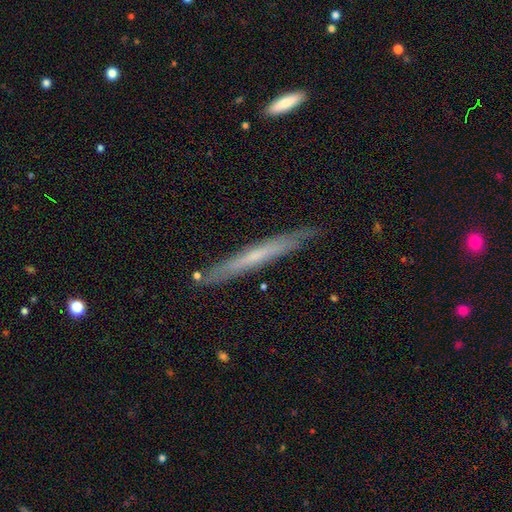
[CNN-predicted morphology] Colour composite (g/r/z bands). It shows a featured or disk galaxy (54%) viewed edge-on (91%). Merging: none (84%).